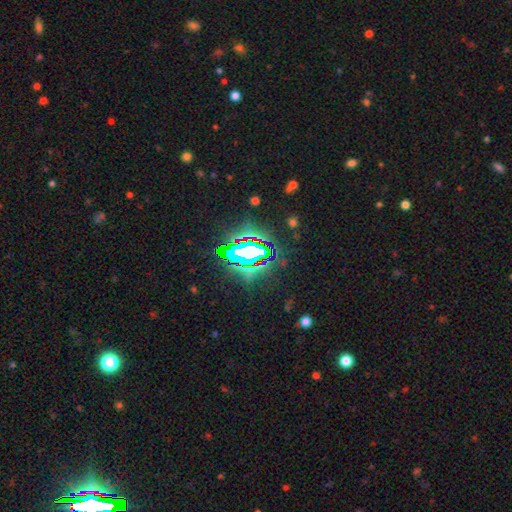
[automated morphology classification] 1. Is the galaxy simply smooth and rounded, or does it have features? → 80% star or artifact, 11% smooth, 9% featured or disk.